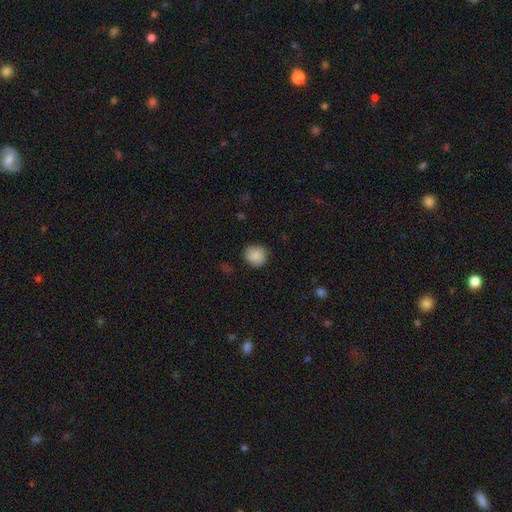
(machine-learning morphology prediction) The model was most divided on "how rounded": round: 84%, in between: 15%, cigar-shaped: 1%. More confident: smooth or featured — smooth (88%); merging — none (84%).